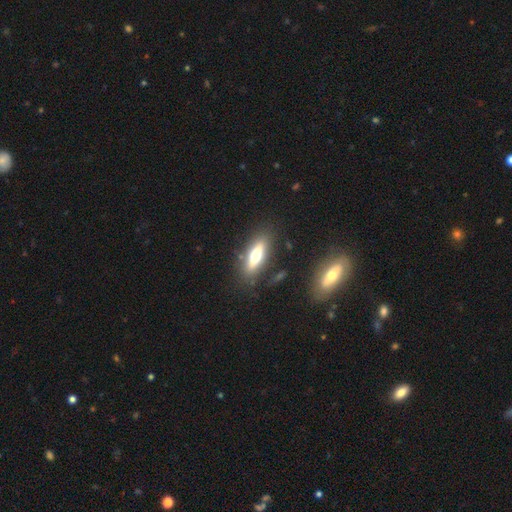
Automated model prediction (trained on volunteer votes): Morphology: type=smooth (51%); roundness=cigar-shaped (50%); merging=none (82%).